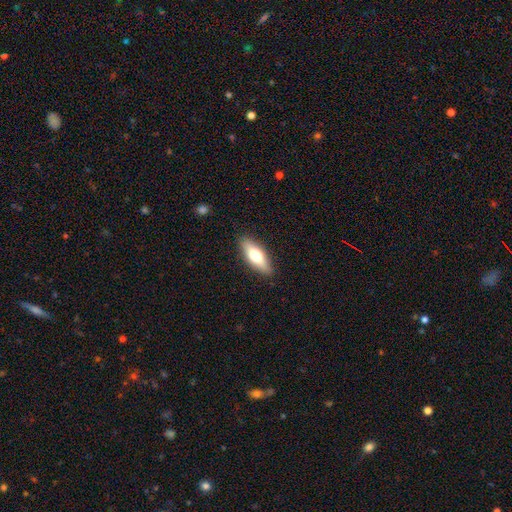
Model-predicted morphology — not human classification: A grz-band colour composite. It shows a smooth galaxy with no disk features (64%) that is in between round and cigar-shaped (58%). Merging: none (87%).